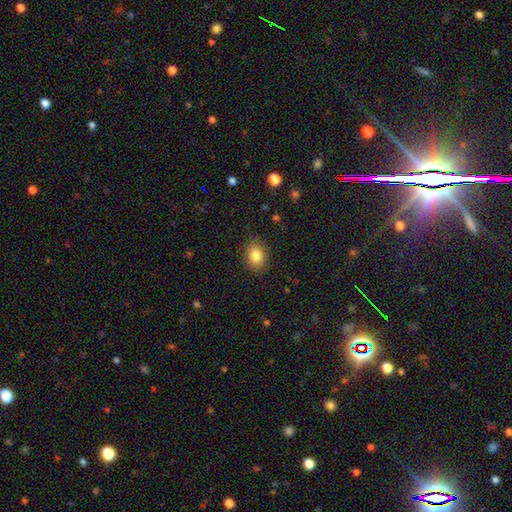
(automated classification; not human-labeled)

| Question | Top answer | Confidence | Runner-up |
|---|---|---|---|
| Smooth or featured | smooth | 84% | star or artifact (9%) |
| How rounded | in between | 65% | round (34%) |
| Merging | none | 86% | minor disturbance (11%) |